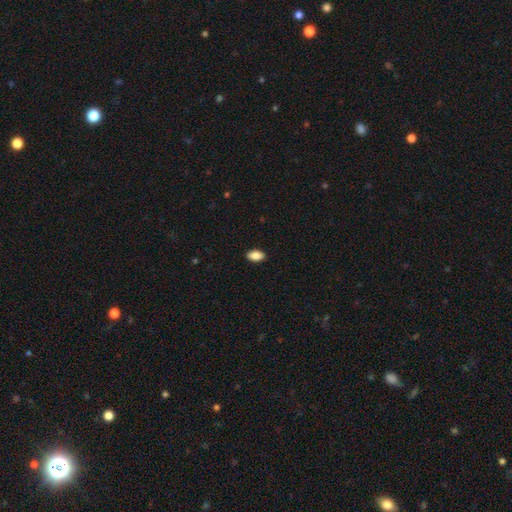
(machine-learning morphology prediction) Smooth or featured? smooth (88%)
How rounded? in between (93%)
Merging? none (90%)